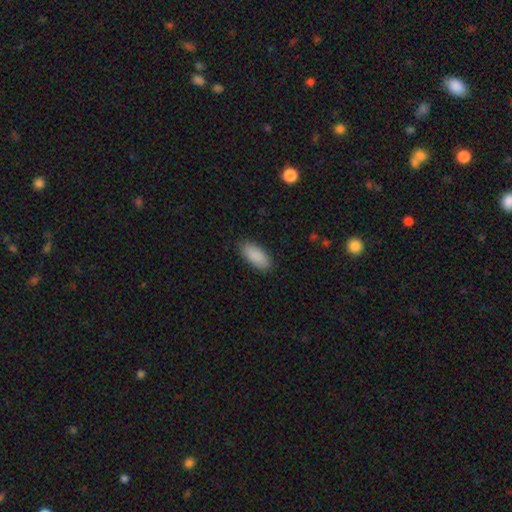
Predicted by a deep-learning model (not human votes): Q: Smooth or featured?
A: smooth (90%); runner-up: star or artifact (6%)
Q: How rounded?
A: in between (88%); runner-up: cigar-shaped (10%)
Q: Merging?
A: none (88%); runner-up: minor disturbance (9%)